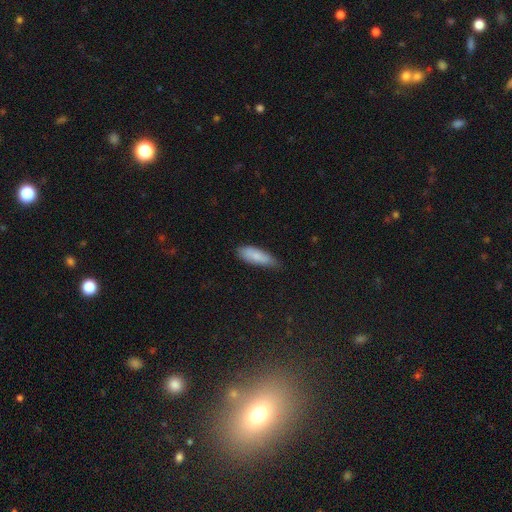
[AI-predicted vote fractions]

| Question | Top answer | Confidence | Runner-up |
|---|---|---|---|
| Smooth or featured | smooth | 83% | featured or disk (11%) |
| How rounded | in between | 61% | cigar-shaped (37%) |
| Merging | none | 64% | minor disturbance (30%) |